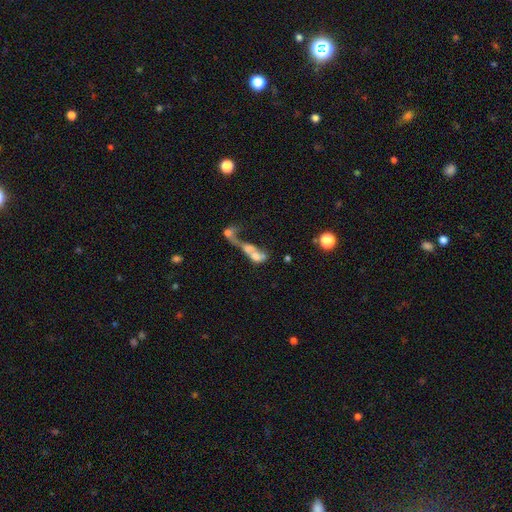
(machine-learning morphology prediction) Smooth or featured?
  - smooth: 47% *
  - featured or disk: 40%
  - star or artifact: 14%
Merging?
  - merger: 65% *
  - major disturbance: 20%
  - none: 9%
  - minor disturbance: 5%